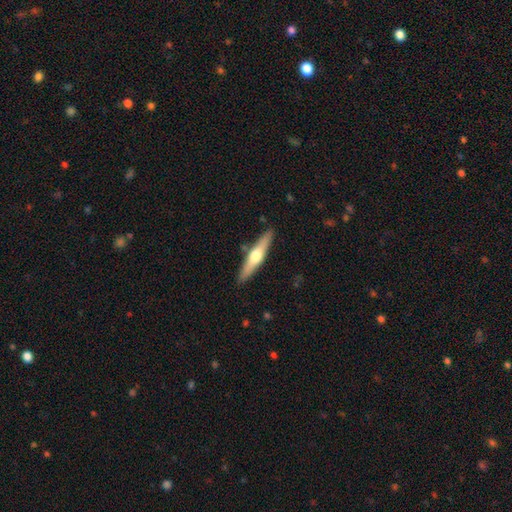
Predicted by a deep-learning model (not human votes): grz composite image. It shows a featured or disk galaxy (55%) viewed edge-on (94%) with a rounded central bulge (92%). Merging: none (88%).